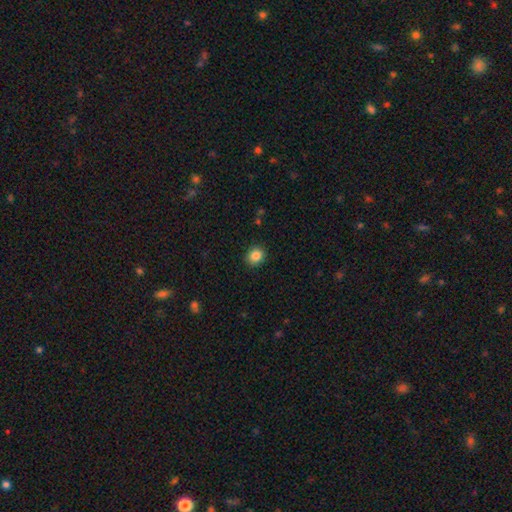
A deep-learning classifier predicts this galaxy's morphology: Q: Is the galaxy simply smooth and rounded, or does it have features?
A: smooth — 86%.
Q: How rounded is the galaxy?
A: round — 73%.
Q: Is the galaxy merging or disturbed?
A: none — 90%.